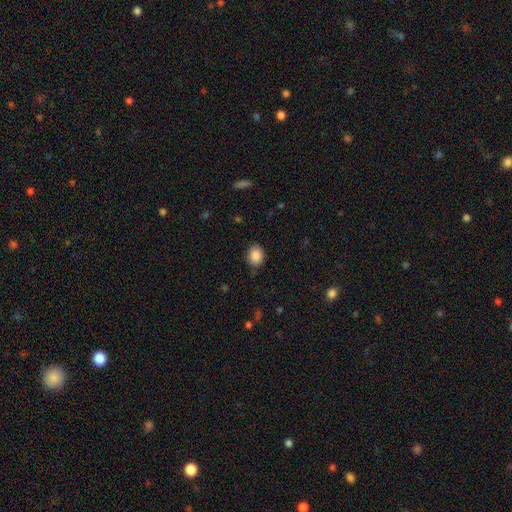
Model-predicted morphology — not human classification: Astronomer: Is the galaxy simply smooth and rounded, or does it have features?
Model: smooth — 88%.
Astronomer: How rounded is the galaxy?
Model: in between — 53% (runner-up: round, 46%).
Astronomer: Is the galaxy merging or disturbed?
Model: none — 80%.